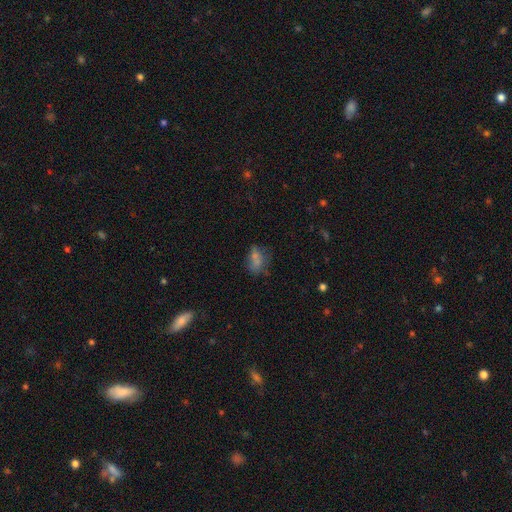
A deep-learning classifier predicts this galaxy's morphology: A smooth galaxy with no disk features (61%) that is in between round and cigar-shaped (74%). Merging: none (55%).